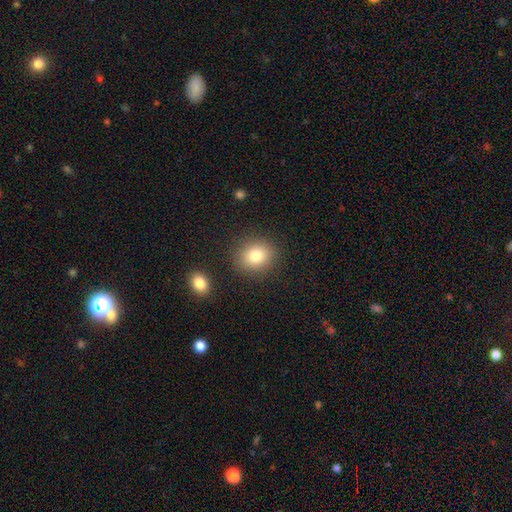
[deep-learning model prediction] Q: Smooth or featured?
A: smooth (81%); runner-up: star or artifact (11%)
Q: How rounded?
A: round (72%); runner-up: in between (28%)
Q: Merging?
A: none (86%); runner-up: minor disturbance (8%)